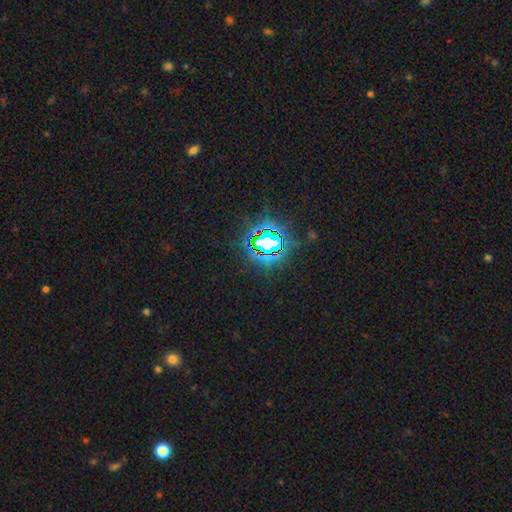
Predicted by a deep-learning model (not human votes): Q: Smooth or featured?
A: star or artifact (81%); runner-up: smooth (11%)